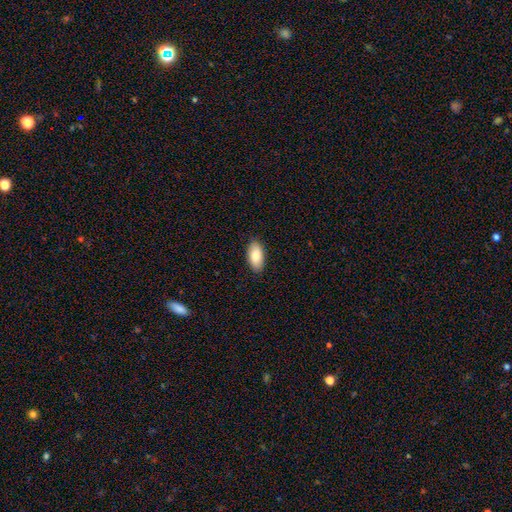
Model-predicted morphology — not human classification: Q: Smooth or featured?
A: smooth (86%); runner-up: featured or disk (8%)
Q: How rounded?
A: in between (93%); runner-up: cigar-shaped (4%)
Q: Merging?
A: none (89%); runner-up: minor disturbance (9%)